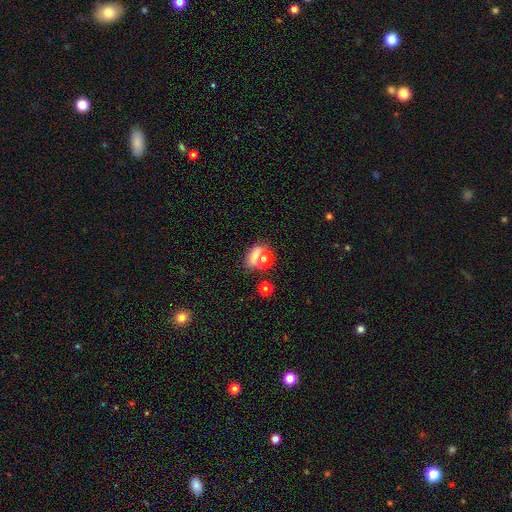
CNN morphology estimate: Smooth or featured: smooth — 59% (star or artifact — 23%)
How rounded: in between — 58% (round — 39%)
Merging: none — 44% (merger — 34%)